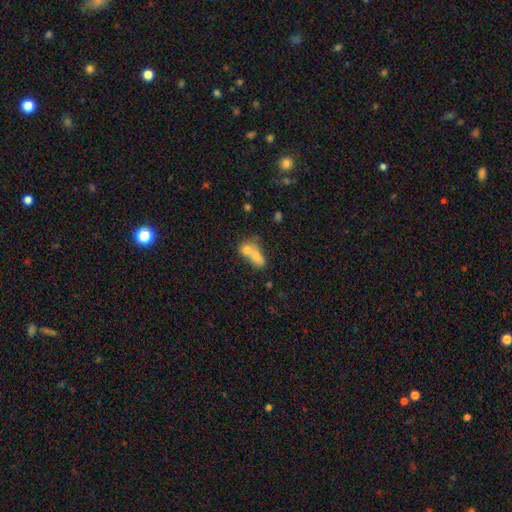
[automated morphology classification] A smooth galaxy with no disk features (67%) that is in between round and cigar-shaped (63%). Merging: merger (73%).